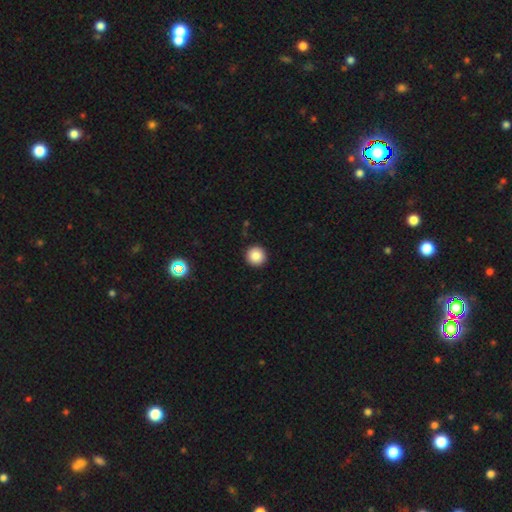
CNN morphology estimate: Smooth or featured? Predicted: smooth (p=0.86). How rounded? Predicted: round (p=0.96). Merging? Predicted: none (p=0.93).